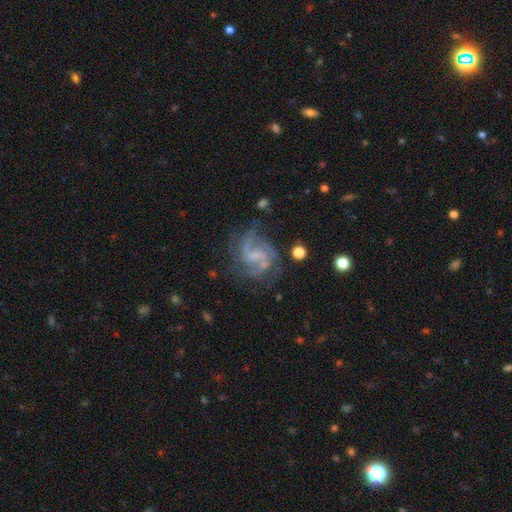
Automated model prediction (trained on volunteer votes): smooth-or-featured: featured or disk: 81% | smooth: 10% | star or artifact: 9%
  disk-edge-on: no: 98% | yes: 2%
    bar: weak: 50% | no: 35% | strong: 15%
    has-spiral-arms: yes: 91% | no: 9%
      spiral-winding: medium: 50% | loose: 28% | tight: 23%
      spiral-arm-count: 2: 46% | 3: 20% | can't tell: 19% | 1: 6% | 4: 5% | more than 4: 4%
    bulge-size: small: 44% | none: 35% | moderate: 18% | large: 2% | dominant: 1%
  merging: none: 56% | major disturbance: 19% | minor disturbance: 19% | merger: 5%